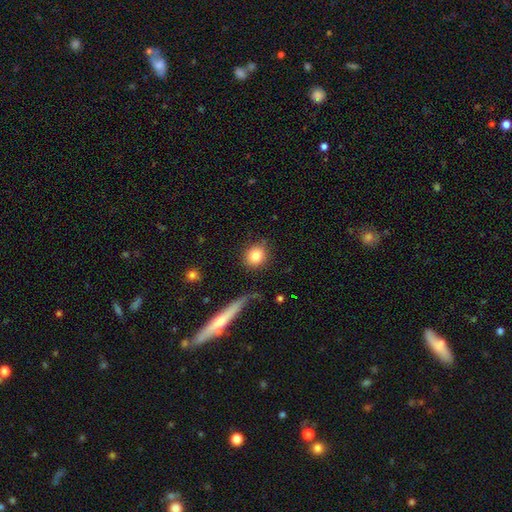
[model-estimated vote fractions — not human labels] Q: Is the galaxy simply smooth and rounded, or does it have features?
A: smooth — 83%.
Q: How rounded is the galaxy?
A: round — 80%.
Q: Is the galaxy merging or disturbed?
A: none — 84%.